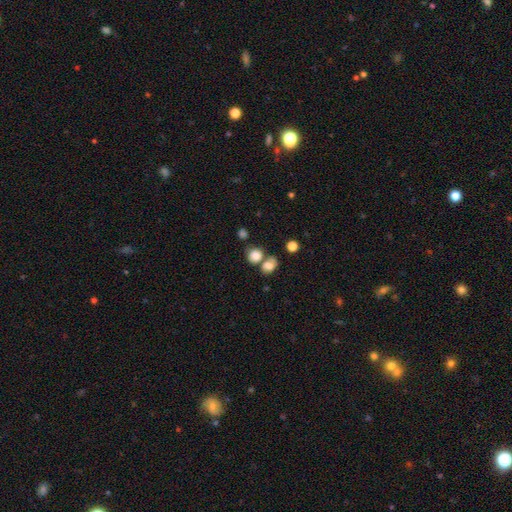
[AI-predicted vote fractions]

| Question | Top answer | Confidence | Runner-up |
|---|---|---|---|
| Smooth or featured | smooth | 82% | star or artifact (11%) |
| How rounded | round | 74% | in between (25%) |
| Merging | none | 49% | merger (36%) |